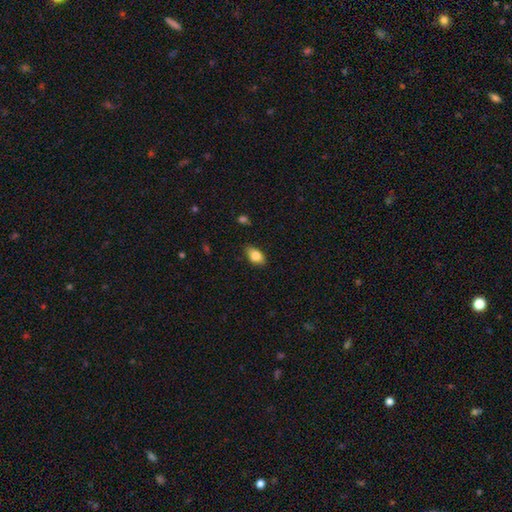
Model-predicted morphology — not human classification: A smooth galaxy with no disk features (80%) that is in between round and cigar-shaped (88%). Merging: none (80%).